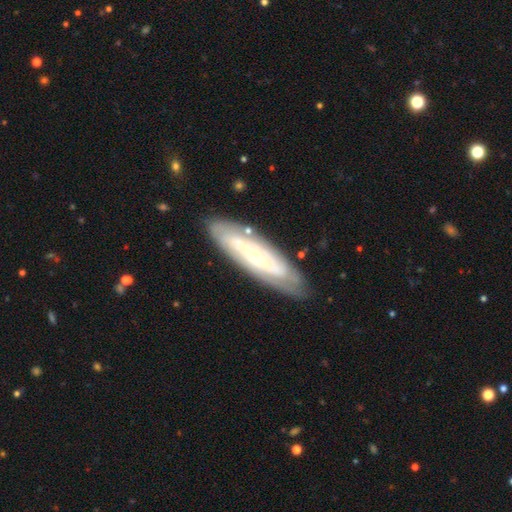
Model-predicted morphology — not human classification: smooth_or_featured: featured or disk (p=0.70) [alt: smooth p=0.24]
disk_edge_on: no (p=0.77) [alt: yes p=0.23]
bar: no (p=0.75) [alt: weak p=0.18]
has_spiral_arms: yes (p=0.74) [alt: no p=0.26]
bulge_size: small (p=0.69) [alt: moderate p=0.27]
merging: none (p=0.80) [alt: minor disturbance p=0.14]